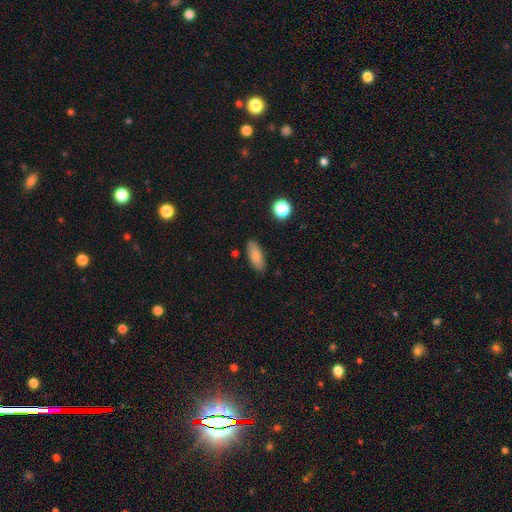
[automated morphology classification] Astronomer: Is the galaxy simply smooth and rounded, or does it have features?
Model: smooth — 79%.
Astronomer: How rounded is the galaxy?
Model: in between — 76%.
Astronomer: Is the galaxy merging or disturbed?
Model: none — 85%.